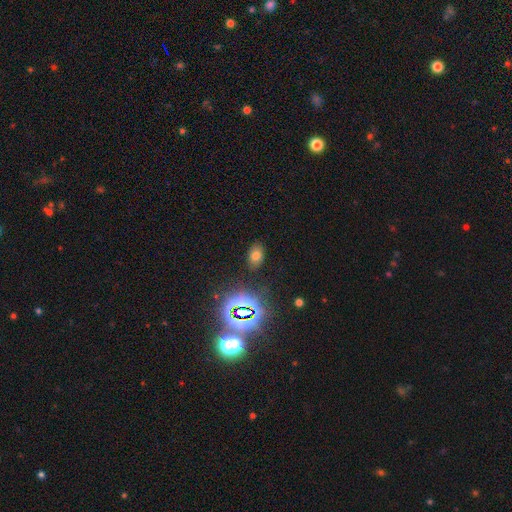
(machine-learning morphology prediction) Overall: smooth (65%; star or artifact 26%). How rounded: in between (82%). Merging: none (83%).